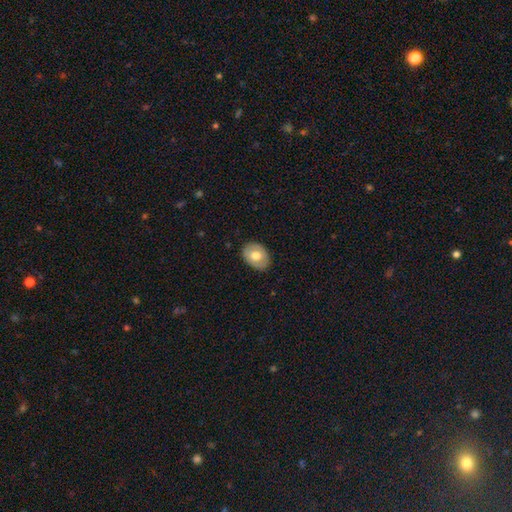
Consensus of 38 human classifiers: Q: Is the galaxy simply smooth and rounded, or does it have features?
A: smooth — 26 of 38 (68%).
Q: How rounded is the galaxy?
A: in between — 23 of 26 (88%).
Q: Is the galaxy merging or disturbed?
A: none — 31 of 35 (89%).